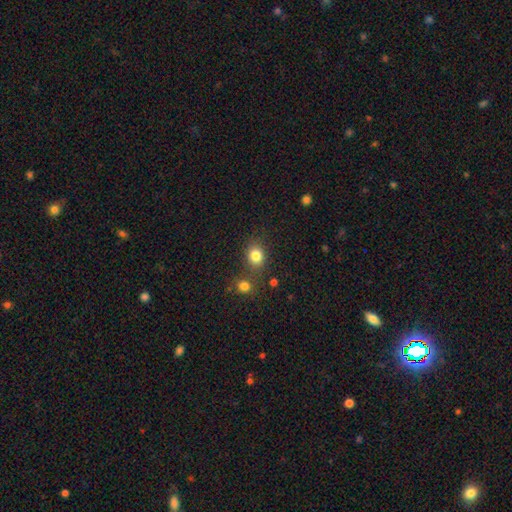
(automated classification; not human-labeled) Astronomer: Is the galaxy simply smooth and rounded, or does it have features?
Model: smooth — 82%.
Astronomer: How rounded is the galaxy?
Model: round — 63%.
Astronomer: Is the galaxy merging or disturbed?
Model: none — 71%.